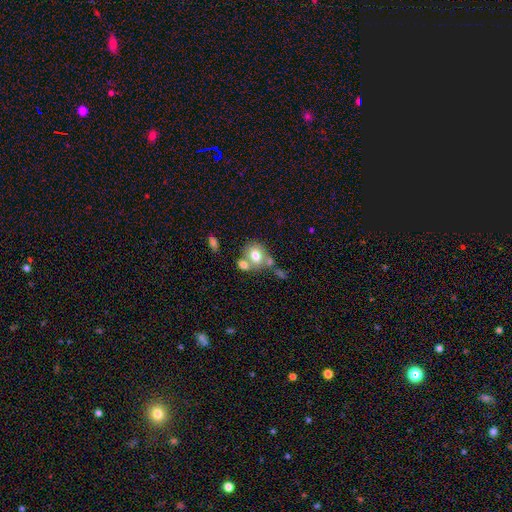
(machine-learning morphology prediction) smooth 72%, featured or disk 19%, star or artifact 9%. Down the decision tree: how rounded — round (58%); merging — none (43%).